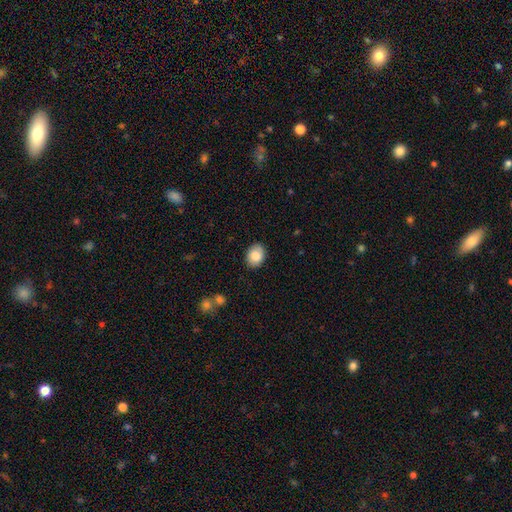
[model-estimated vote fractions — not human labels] Smooth or featured? smooth (84%)
How rounded? in between (62%)
Merging? none (86%)